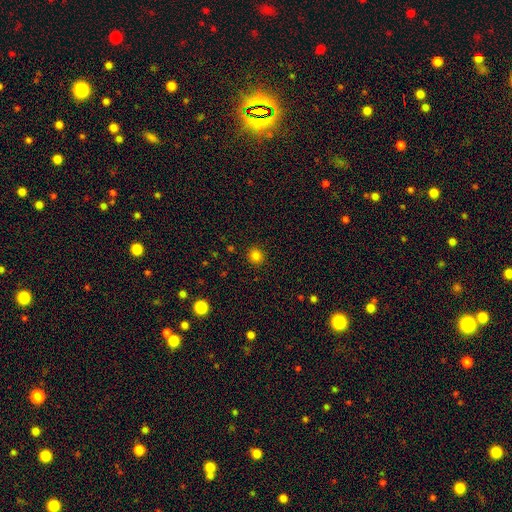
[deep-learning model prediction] A smooth galaxy with no disk features (82%) that is round (91%).

Vote fractions:
- Smooth or featured? smooth: 82% / star or artifact: 14% / featured or disk: 4%
- How rounded? round: 91% / in between: 8% / cigar-shaped: 1%
- Merging? none: 91% / minor disturbance: 6% / major disturbance: 2% / merger: 1%